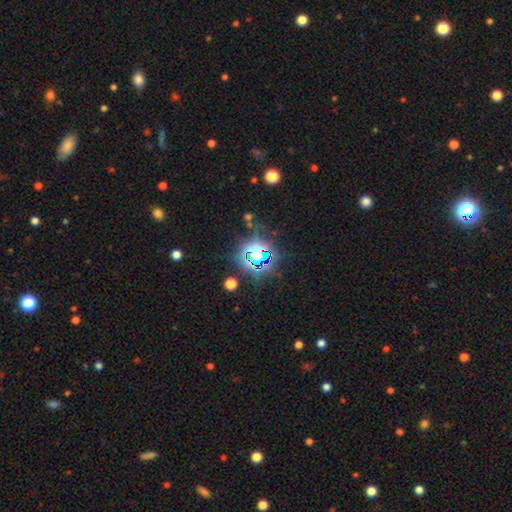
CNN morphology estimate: Smooth or featured?
  - star or artifact: 70% *
  - smooth: 20%
  - featured or disk: 10%